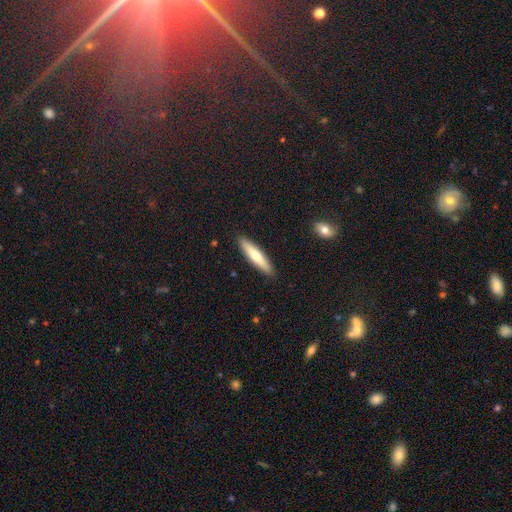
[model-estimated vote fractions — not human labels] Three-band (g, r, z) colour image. It shows a smooth galaxy with no disk features (65%) that is cigar-shaped (82%). Merging: none (91%).